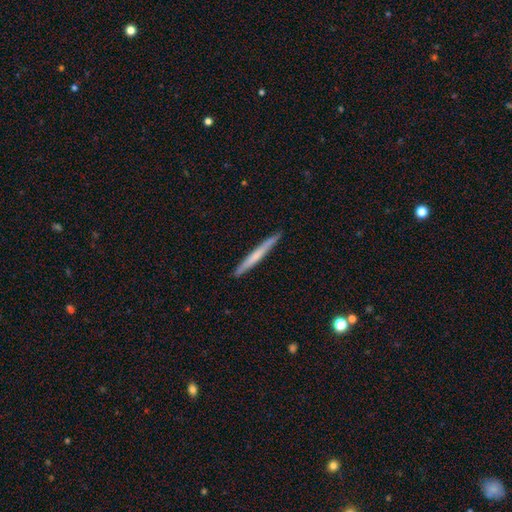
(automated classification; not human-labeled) Smooth or featured? smooth (56%)
How rounded? cigar-shaped (97%)
Merging? none (91%)